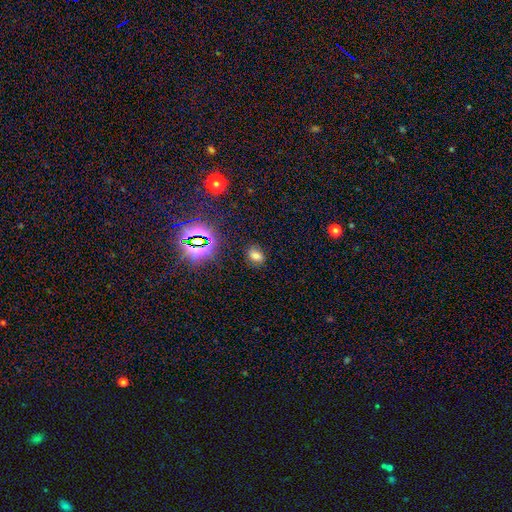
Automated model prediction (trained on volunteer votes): smooth_or_featured: smooth (p=0.65) [alt: star or artifact p=0.26]
how_rounded: in between (p=0.75) [alt: round p=0.23]
merging: none (p=0.81) [alt: minor disturbance p=0.13]